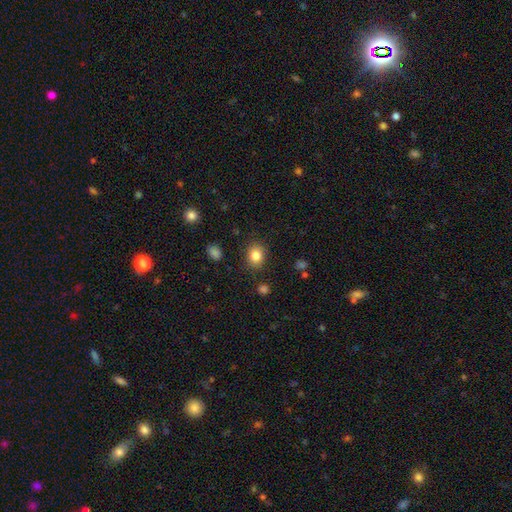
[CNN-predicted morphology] Smooth or featured?
  - smooth: 83% *
  - star or artifact: 10%
  - featured or disk: 6%
How rounded?
  - round: 61% *
  - in between: 39%
  - cigar-shaped: 1%
Merging?
  - none: 87% *
  - minor disturbance: 9%
  - major disturbance: 3%
  - merger: 2%